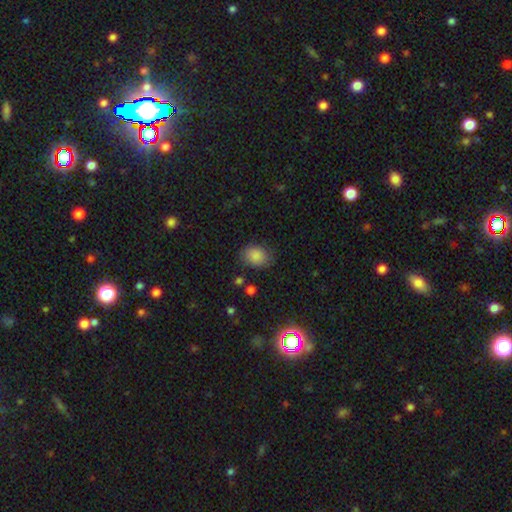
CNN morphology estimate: A smooth galaxy with no disk features (86%) that is in between round and cigar-shaped (55%).

Vote fractions:
- Smooth or featured? smooth: 86% / star or artifact: 9% / featured or disk: 5%
- How rounded? in between: 55% / round: 44% / cigar-shaped: 1%
- Merging? none: 79% / minor disturbance: 15% / major disturbance: 4% / merger: 2%